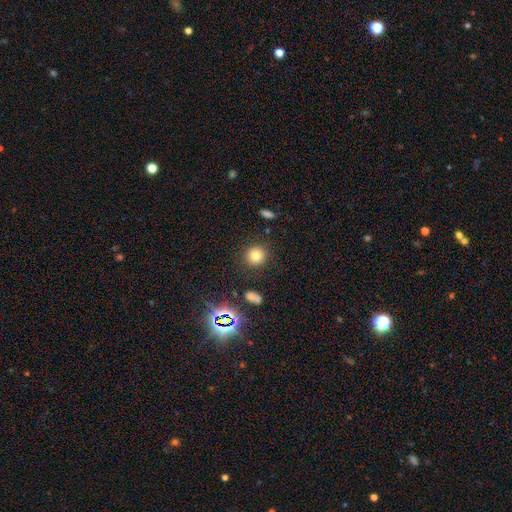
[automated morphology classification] smooth-or-featured: smooth: 76% | star or artifact: 16% | featured or disk: 8%
  how-rounded: round: 90% | in between: 9% | cigar-shaped: 1%
  merging: none: 88% | minor disturbance: 7% | major disturbance: 3% | merger: 2%